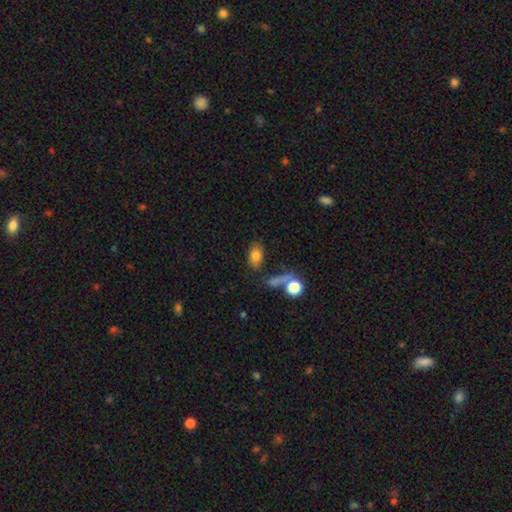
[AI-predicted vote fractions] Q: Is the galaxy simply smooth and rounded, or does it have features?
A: smooth — 79%.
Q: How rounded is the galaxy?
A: in between — 82%.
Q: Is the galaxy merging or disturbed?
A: none — 71%.